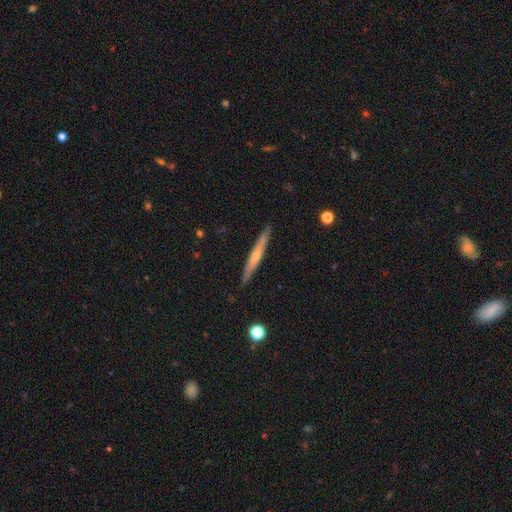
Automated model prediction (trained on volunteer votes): smooth_or_featured: featured or disk (p=0.61) [alt: smooth p=0.33]
disk_edge_on: yes (p=0.97) [alt: no p=0.03]
edge_on_bulge: rounded (p=0.65) [alt: none p=0.32]
merging: none (p=0.90) [alt: minor disturbance p=0.07]